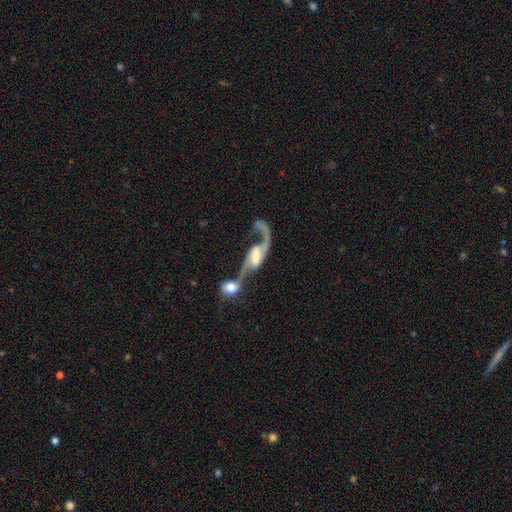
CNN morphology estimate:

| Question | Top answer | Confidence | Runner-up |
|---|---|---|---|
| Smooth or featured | featured or disk | 82% | smooth (12%) |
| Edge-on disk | no | 93% | yes (7%) |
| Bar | weak | 42% | strong (37%) |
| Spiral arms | yes | 92% | no (8%) |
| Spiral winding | loose | 78% | medium (17%) |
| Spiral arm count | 2 | 71% | 1 (23%) |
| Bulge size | moderate | 40% | small (25%) |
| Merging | merger | 65% | none (15%) |